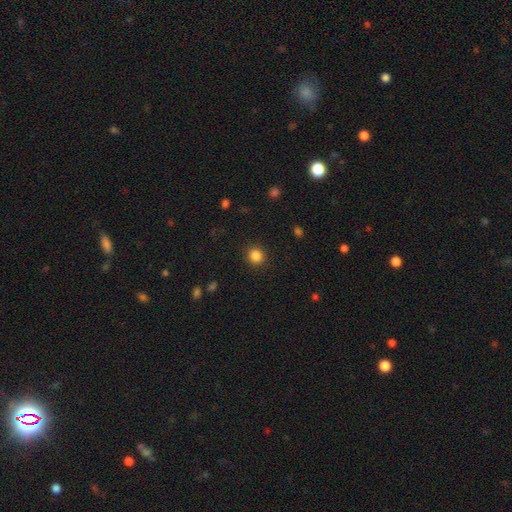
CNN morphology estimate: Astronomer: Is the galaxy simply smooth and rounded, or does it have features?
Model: smooth — 85%.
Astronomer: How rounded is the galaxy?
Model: round — 90%.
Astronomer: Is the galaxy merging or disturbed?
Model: none — 91%.